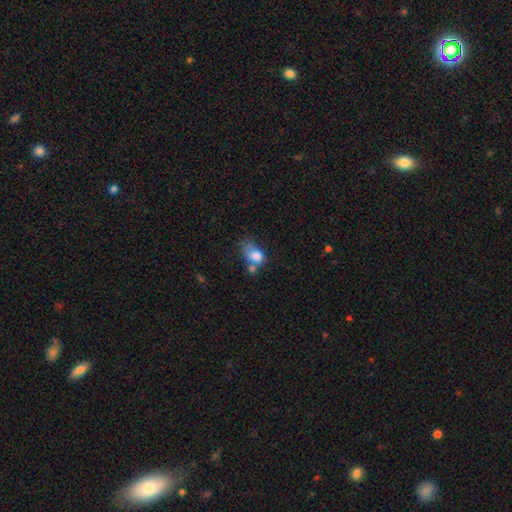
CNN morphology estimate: Smooth or featured? smooth (74%)
How rounded? in between (69%)
Merging? merger (36%)